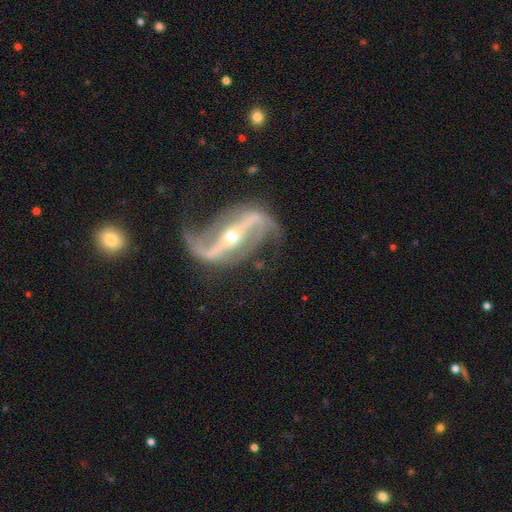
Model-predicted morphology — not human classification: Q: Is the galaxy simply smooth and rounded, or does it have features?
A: featured or disk — 92%.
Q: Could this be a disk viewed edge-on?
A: no — 94%.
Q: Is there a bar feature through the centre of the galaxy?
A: strong — 53%.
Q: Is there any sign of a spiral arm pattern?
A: yes — 97%.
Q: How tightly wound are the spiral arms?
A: loose — 73%.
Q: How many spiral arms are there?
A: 2 — 93%.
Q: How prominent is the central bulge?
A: small — 53%.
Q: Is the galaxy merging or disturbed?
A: none — 70%.